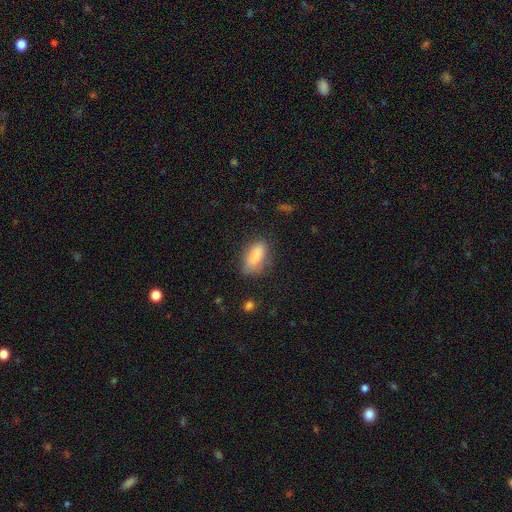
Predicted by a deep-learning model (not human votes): smooth_or_featured: smooth (p=0.84) [alt: featured or disk p=0.08]
how_rounded: in between (p=0.82) [alt: cigar-shaped p=0.15]
merging: none (p=0.72) [alt: minor disturbance p=0.21]